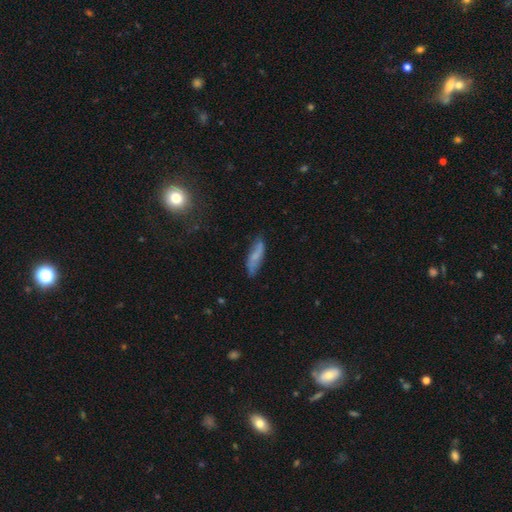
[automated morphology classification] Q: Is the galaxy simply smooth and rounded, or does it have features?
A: smooth — 60%.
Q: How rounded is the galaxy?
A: cigar-shaped — 54%.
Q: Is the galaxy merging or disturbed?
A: none — 69%.